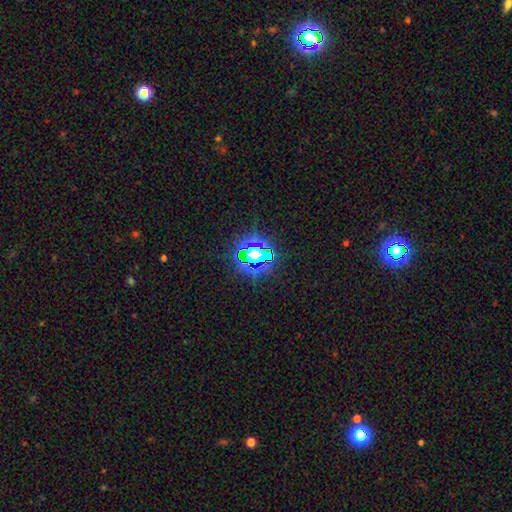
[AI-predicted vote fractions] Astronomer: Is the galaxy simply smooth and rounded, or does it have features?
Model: star or artifact — 63%.